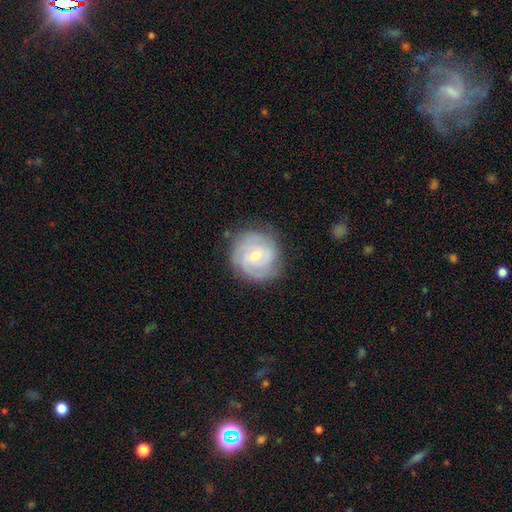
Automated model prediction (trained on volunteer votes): A featured or disk galaxy (74%) with no bar (51%), tight (66%) spiral arms (92%) and a moderate central bulge (54%). Merging: none (80%).